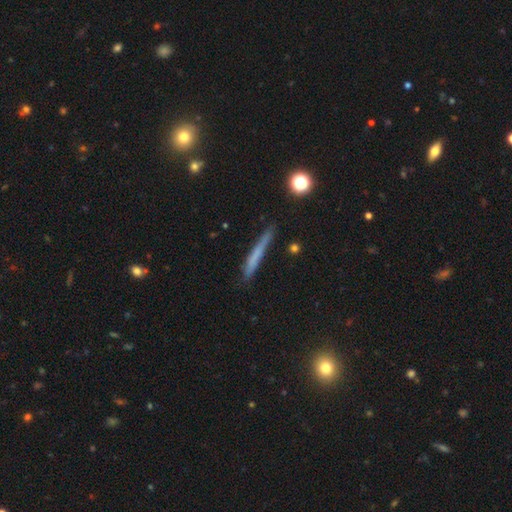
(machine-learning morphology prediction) The model was most divided on "smooth or featured": smooth: 60%, featured or disk: 31%, star or artifact: 9%. More confident: how rounded — cigar-shaped (95%); merging — none (78%).